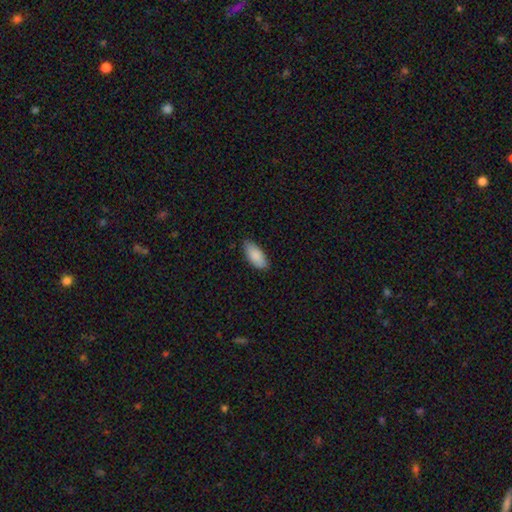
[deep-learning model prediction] smooth-or-featured: smooth: 87% | featured or disk: 7% | star or artifact: 6%
  how-rounded: in between: 88% | cigar-shaped: 10% | round: 2%
  merging: none: 81% | minor disturbance: 16% | major disturbance: 2% | merger: 1%